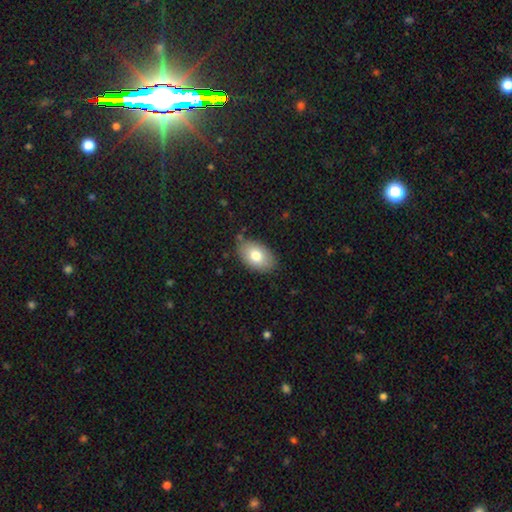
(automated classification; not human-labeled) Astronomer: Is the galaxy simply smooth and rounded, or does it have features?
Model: smooth — 79%.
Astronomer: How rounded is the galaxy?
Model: in between — 91%.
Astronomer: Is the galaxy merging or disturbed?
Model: none — 82%.